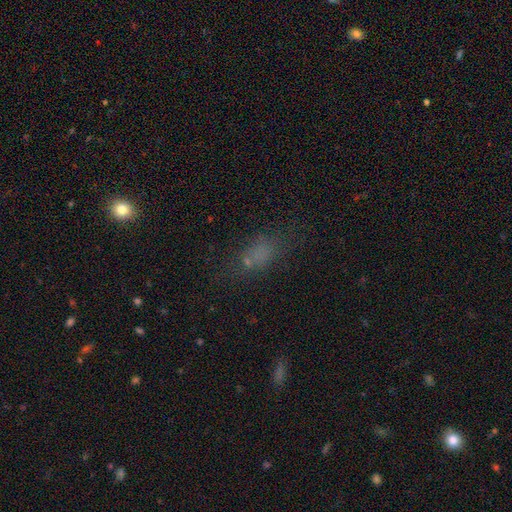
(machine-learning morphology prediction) This appears to be a smooth galaxy with no disk features (58%) that is in between round and cigar-shaped (71%). Merging: none (63%).